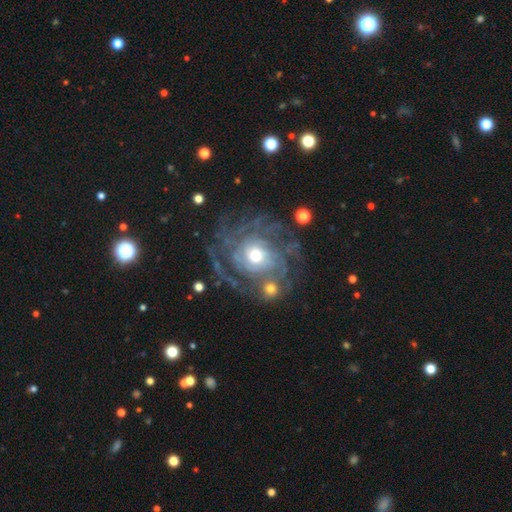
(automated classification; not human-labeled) A featured or disk galaxy (87%) with no bar (75%), tight (60%) spiral arms (93%) and a moderate central bulge (61%).

Vote fractions:
- Smooth or featured? featured or disk: 87% / smooth: 7% / star or artifact: 6%
- Edge-on disk? no: 97% / yes: 3%
- Bar? no: 75% / weak: 19% / strong: 5%
- Spiral arms? yes: 93% / no: 7%
- Spiral winding? tight: 60% / medium: 29% / loose: 11%
- Spiral arm count? can't tell: 36% / 4: 16% / more than 4: 16% / 3: 14% / 2: 11% / 1: 8%
- Bulge size? moderate: 61% / small: 26% / large: 10% / dominant: 1% / none: 1%
- Merging? none: 60% / major disturbance: 17% / minor disturbance: 16% / merger: 7%